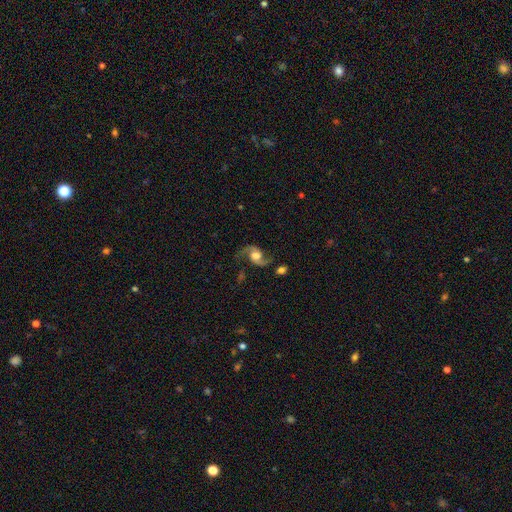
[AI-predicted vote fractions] This is clearly a featured or disk galaxy (87%). It is clearly not viewed edge-on (97%). Bar: likely no (62%). Spiral arm pattern: clearly yes (97%). Spiral arm count: clearly 2 (94%). Spiral winding: likely loose (62%). Central bulge: marginally large (44%). Merging: likely none (73%).